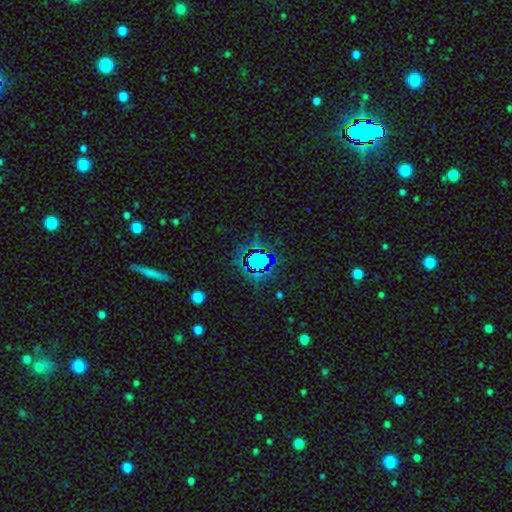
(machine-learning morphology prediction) A star or artifact, not a galaxy (64%).

Vote fractions:
- Smooth or featured? star or artifact: 64% / smooth: 25% / featured or disk: 11%